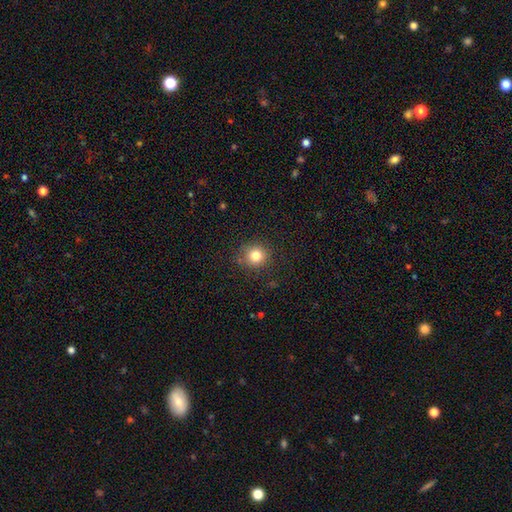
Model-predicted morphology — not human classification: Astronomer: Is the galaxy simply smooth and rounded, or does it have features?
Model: smooth — 81%.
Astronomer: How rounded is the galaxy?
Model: round — 90%.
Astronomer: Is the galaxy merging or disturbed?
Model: none — 86%.